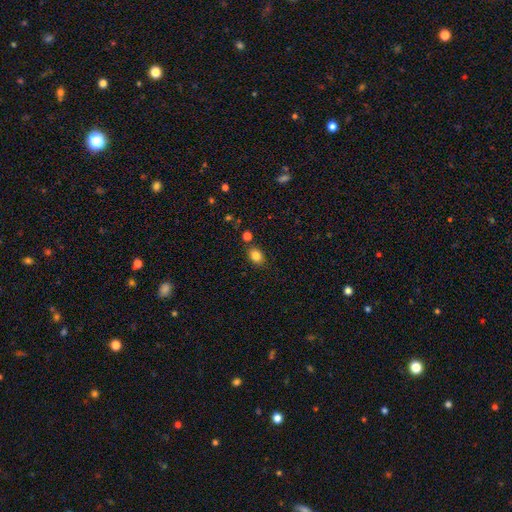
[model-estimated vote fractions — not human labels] The model was most divided on "how rounded": in between: 71%, round: 27%, cigar-shaped: 1%. More confident: smooth or featured — smooth (84%); merging — none (78%).